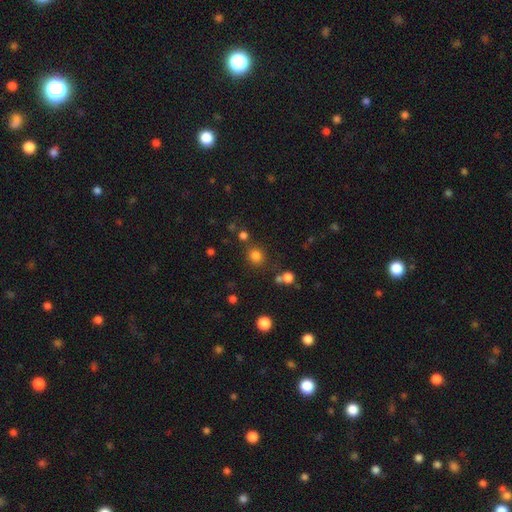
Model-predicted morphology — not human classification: The model was most divided on "smooth or featured": smooth: 79%, star or artifact: 16%, featured or disk: 5%. More confident: how rounded — round (83%); merging — none (78%).